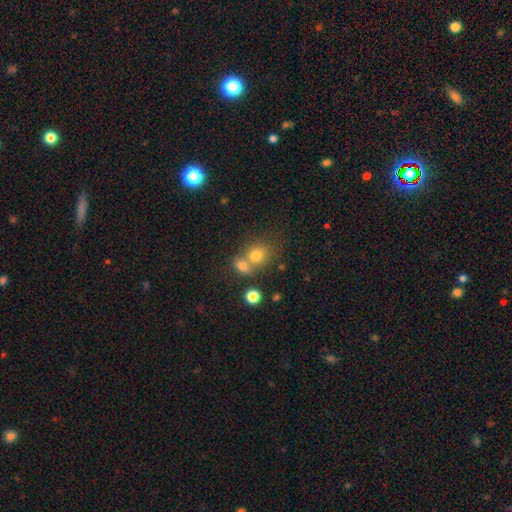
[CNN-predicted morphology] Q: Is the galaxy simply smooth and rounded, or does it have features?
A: smooth — 72%.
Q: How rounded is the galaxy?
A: round — 73%.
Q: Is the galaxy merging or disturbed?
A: merger — 50%.